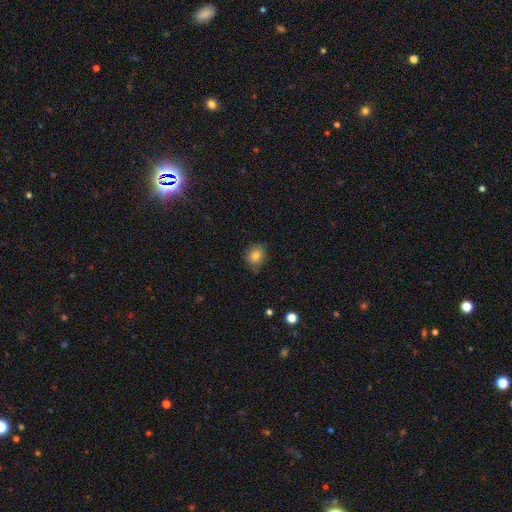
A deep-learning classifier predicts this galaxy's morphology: type=smooth (80%); roundness=round (75%); merging=none (78%).